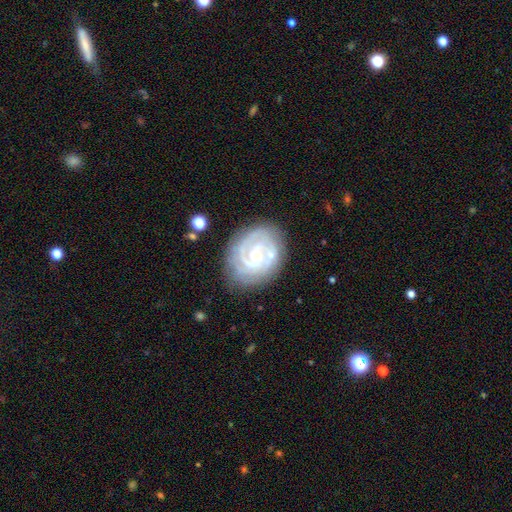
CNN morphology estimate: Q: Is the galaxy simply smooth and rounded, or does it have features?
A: featured or disk — 83%.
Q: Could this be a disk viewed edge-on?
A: no — 98%.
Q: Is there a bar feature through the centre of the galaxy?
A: no — 61%.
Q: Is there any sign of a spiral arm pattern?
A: yes — 94%.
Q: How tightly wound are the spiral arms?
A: tight — 74%.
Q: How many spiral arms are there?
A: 2 — 39%.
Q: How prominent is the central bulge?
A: small — 63%.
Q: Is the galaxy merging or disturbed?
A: none — 72%.